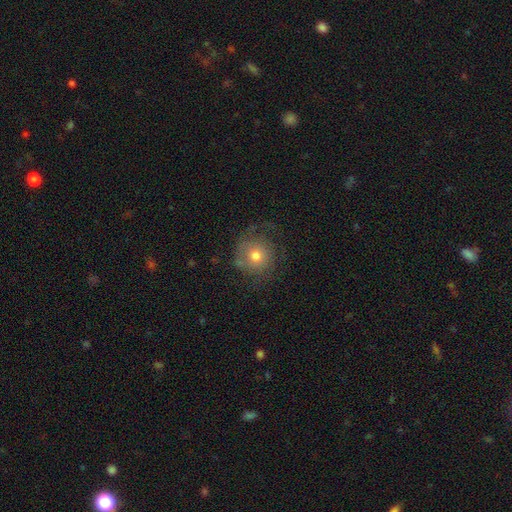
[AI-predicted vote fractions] Smooth or featured? Predicted: smooth (p=0.57). How rounded? Predicted: round (p=0.89). Merging? Predicted: none (p=0.61).